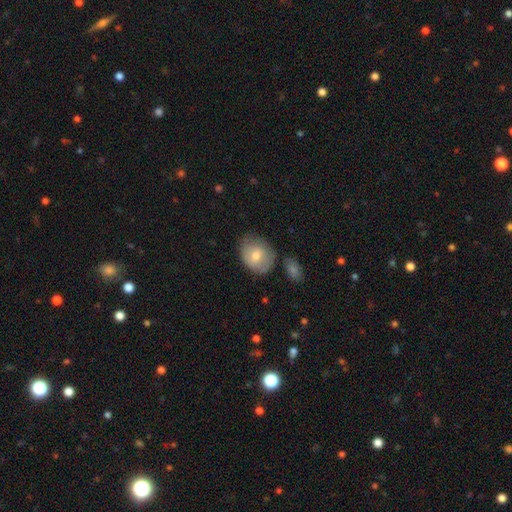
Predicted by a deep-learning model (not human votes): Smooth or featured?
  - smooth: 67% *
  - featured or disk: 25%
  - star or artifact: 8%
How rounded?
  - in between: 53% *
  - round: 46%
  - cigar-shaped: 1%
Merging?
  - none: 62% *
  - minor disturbance: 25%
  - merger: 7%
  - major disturbance: 6%